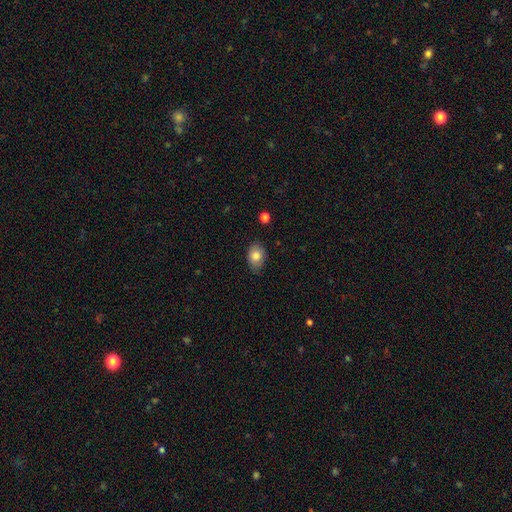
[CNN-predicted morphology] A smooth galaxy with no disk features (82%) that is in between round and cigar-shaped (78%). Merging: none (78%).